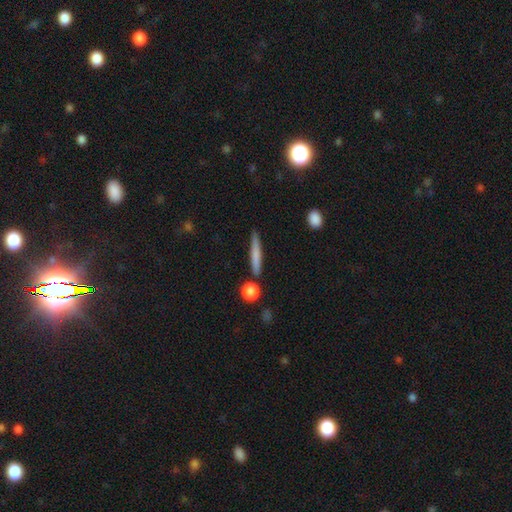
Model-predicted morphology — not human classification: Smooth or featured? Predicted: smooth (p=0.70). How rounded? Predicted: cigar-shaped (p=0.92). Merging? Predicted: none (p=0.80).